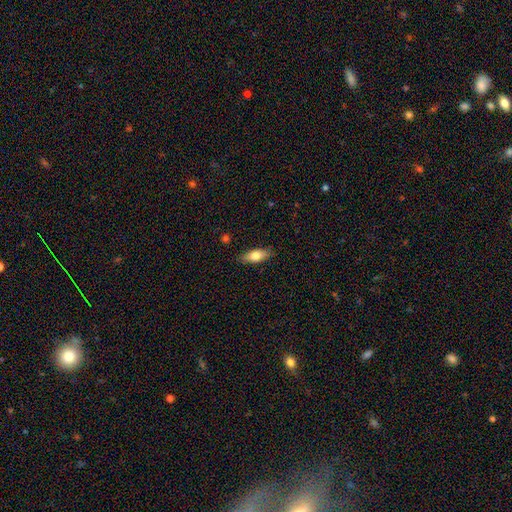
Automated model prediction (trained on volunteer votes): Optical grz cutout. It shows a smooth galaxy with no disk features (73%) that is in between round and cigar-shaped (71%). Merging: none (85%).